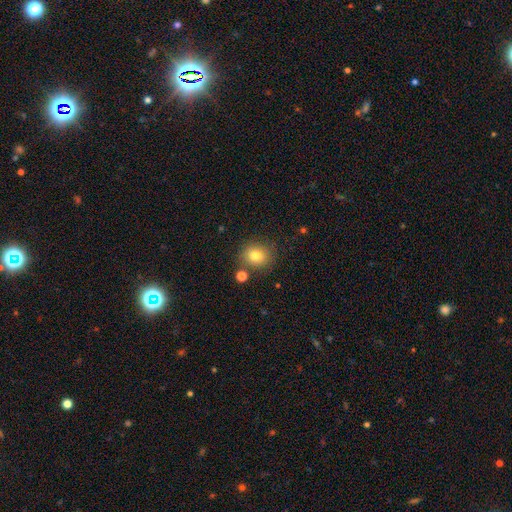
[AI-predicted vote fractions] The model was most divided on "how rounded": round: 79%, in between: 20%, cigar-shaped: 1%. More confident: merging — none (79%); smooth or featured — smooth (78%).